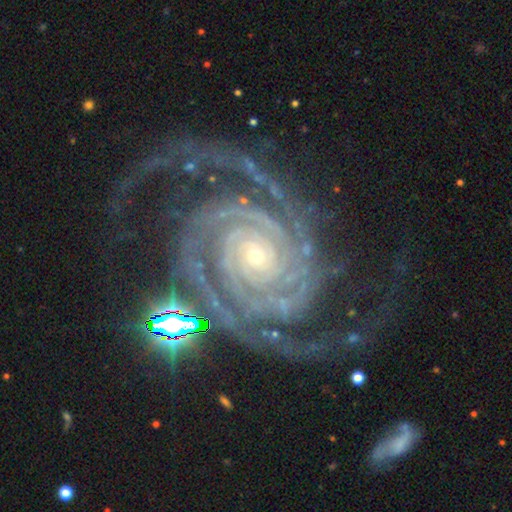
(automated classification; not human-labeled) This appears to be a featured or disk galaxy (92%) with no bar (73%), 2 (59%) tight (73%) spiral arms (99%) and a small central bulge (80%). Merging: none (68%).